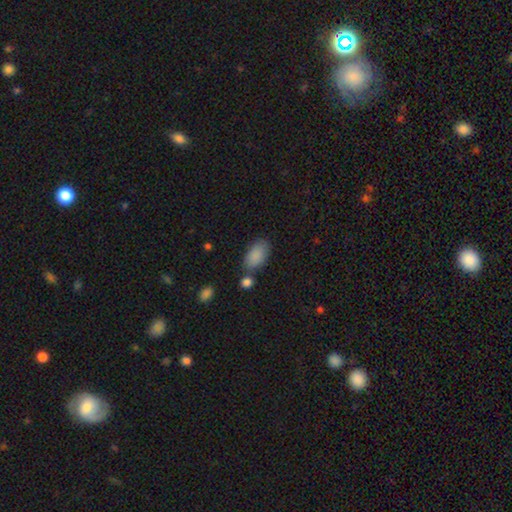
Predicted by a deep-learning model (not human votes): This is clearly a smooth galaxy (88%). How rounded: clearly in between (94%). Merging: likely none (68%).